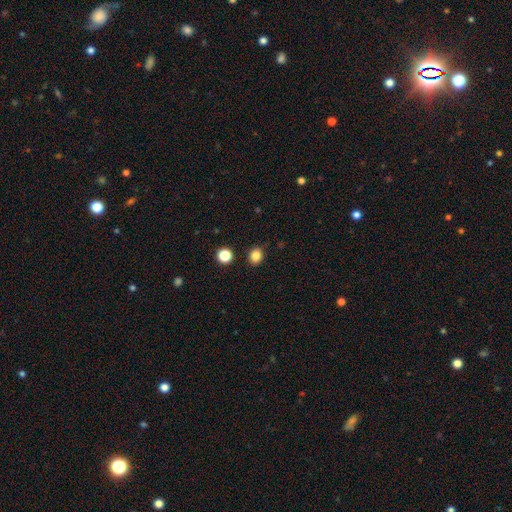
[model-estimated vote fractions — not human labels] Smooth or featured? smooth (84%)
How rounded? round (67%)
Merging? none (89%)